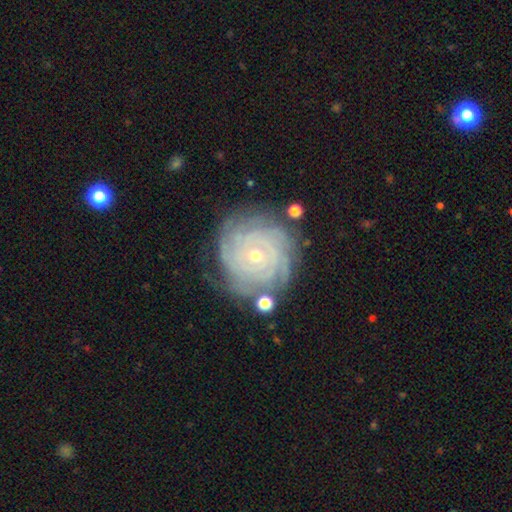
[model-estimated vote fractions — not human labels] The model was most divided on "spiral arm count": can't tell: 28%, 4: 23%, more than 4: 17%, 3: 16%, 2: 10%, 1: 7%. More confident: edge-on disk — no (98%); spiral arms — yes (97%); spiral winding — tight (88%); smooth or featured — featured or disk (88%); bar — no (79%); merging — none (76%); bulge size — small (61%).